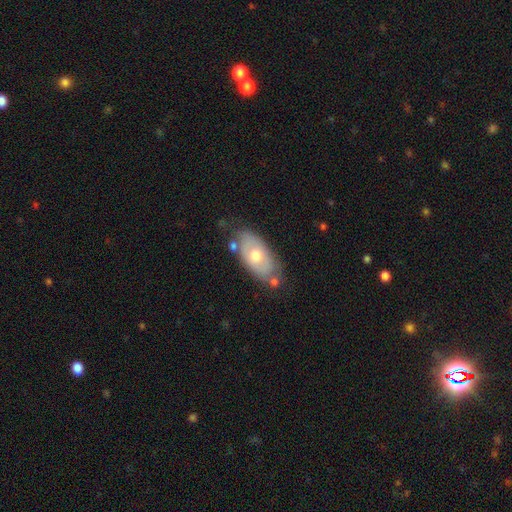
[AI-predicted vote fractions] Smooth or featured?
  - smooth: 53% *
  - featured or disk: 41%
  - star or artifact: 6%
How rounded?
  - in between: 91% *
  - cigar-shaped: 5%
  - round: 4%
Merging?
  - none: 65% *
  - minor disturbance: 21%
  - merger: 9%
  - major disturbance: 5%